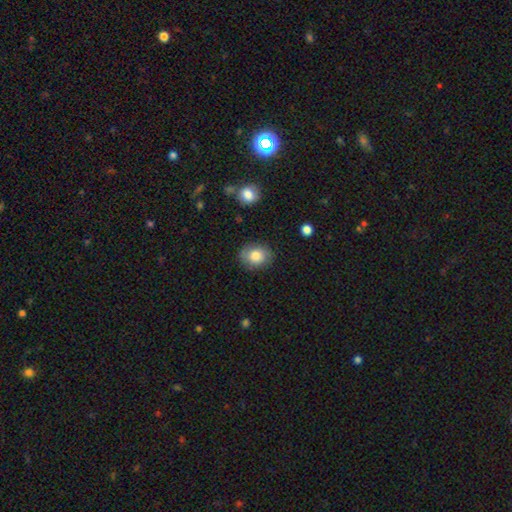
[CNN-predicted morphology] This is likely a smooth galaxy (76%). How rounded: possibly in between (51%). Merging: clearly none (81%).